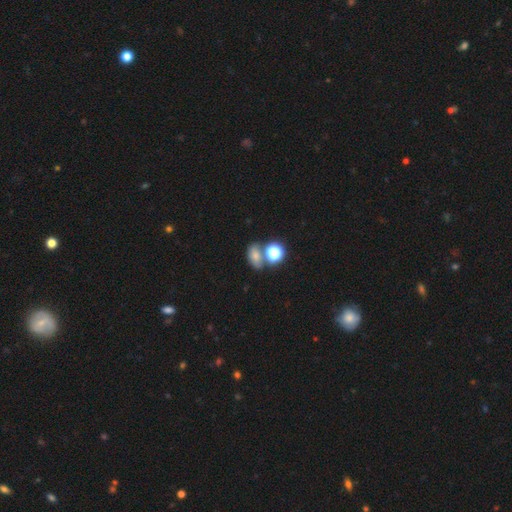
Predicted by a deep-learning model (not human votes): Smooth or featured? smooth (68%)
How rounded? in between (71%)
Merging? none (53%)